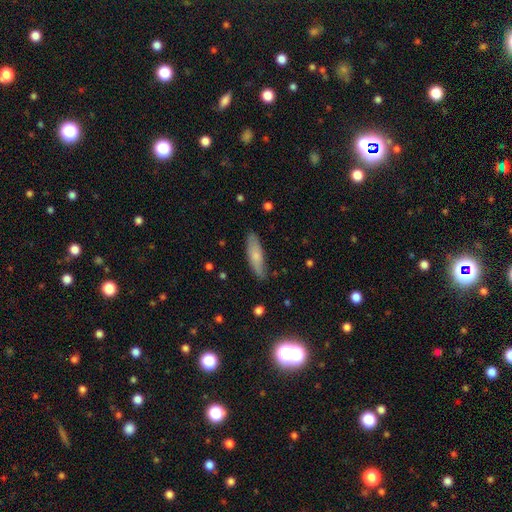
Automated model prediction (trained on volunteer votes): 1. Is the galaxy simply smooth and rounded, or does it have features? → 69% smooth, 25% featured or disk, 7% star or artifact.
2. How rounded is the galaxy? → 66% cigar-shaped, 33% in between, 2% round.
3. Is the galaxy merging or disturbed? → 82% none, 15% minor disturbance, 2% major disturbance, 1% merger.